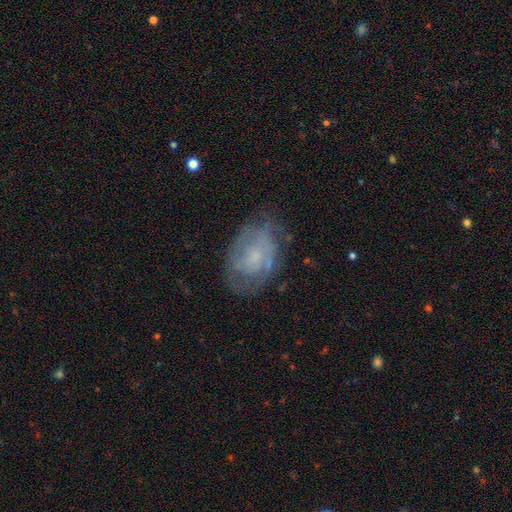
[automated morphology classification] Q: Smooth or featured?
A: featured or disk (62%); runner-up: smooth (29%)
Q: Edge-on disk?
A: no (96%); runner-up: yes (4%)
Q: Bar?
A: no (74%); runner-up: weak (23%)
Q: Spiral arms?
A: yes (73%); runner-up: no (27%)
Q: Bulge size?
A: small (46%); runner-up: none (26%)
Q: Merging?
A: none (65%); runner-up: minor disturbance (23%)